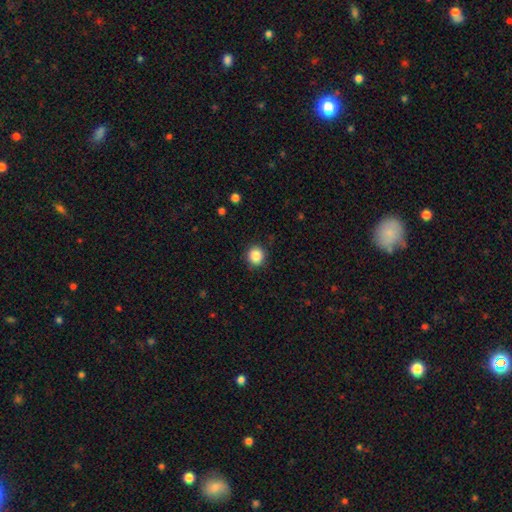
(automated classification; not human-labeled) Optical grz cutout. It shows a smooth galaxy with no disk features (86%) that is round (90%). Merging: none (89%).